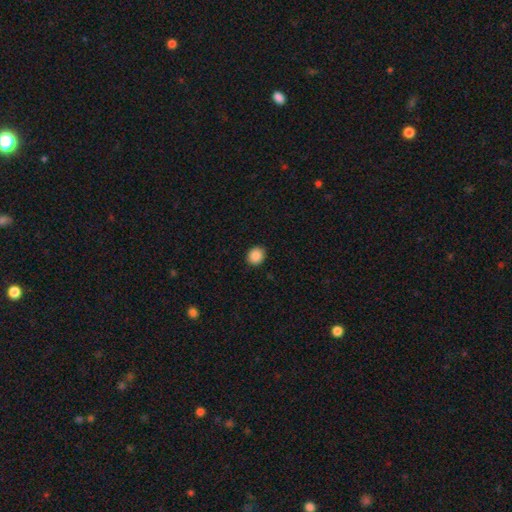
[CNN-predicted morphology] This is clearly a smooth galaxy (89%). How rounded: likely round (73%). Merging: clearly none (91%).